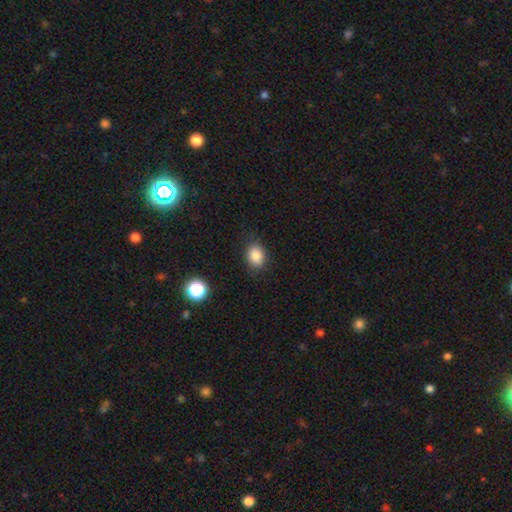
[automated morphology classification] A smooth galaxy with no disk features (86%) that is in between round and cigar-shaped (67%). Merging: none (83%).